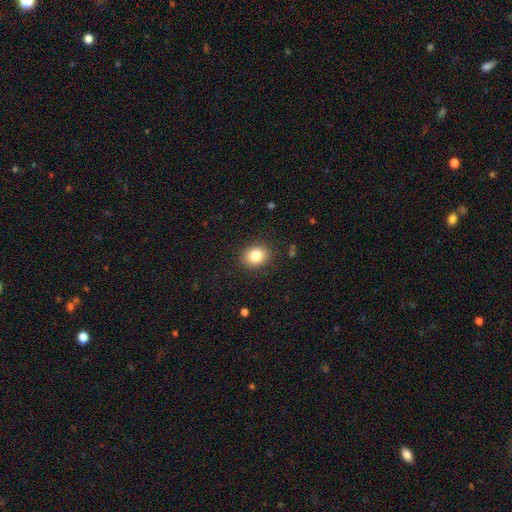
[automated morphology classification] This is clearly a smooth galaxy (82%). How rounded: possibly round (56%). Merging: clearly none (88%).